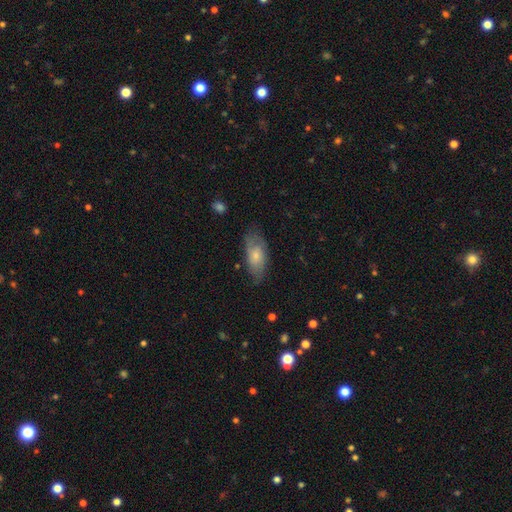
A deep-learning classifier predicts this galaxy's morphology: Smooth or featured? smooth (52%)
How rounded? in between (86%)
Merging? none (66%)